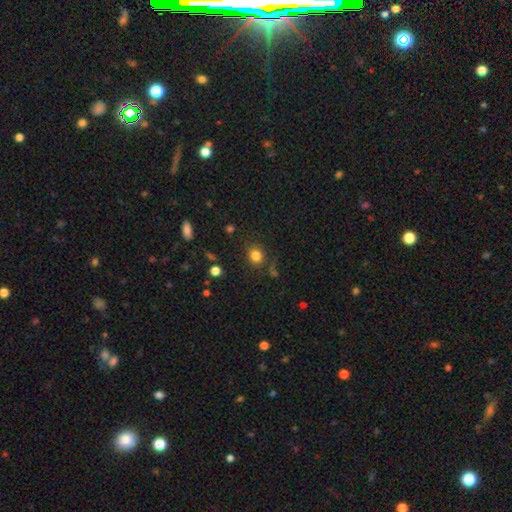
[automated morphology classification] This appears to be a smooth galaxy with no disk features (82%) that is round (74%). Merging: none (82%).